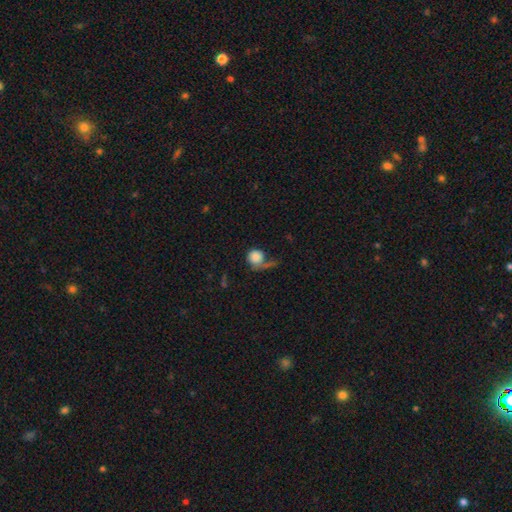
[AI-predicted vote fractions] Q: Smooth or featured?
A: smooth (77%); runner-up: featured or disk (14%)
Q: How rounded?
A: round (85%); runner-up: in between (14%)
Q: Merging?
A: none (35%); runner-up: major disturbance (34%)